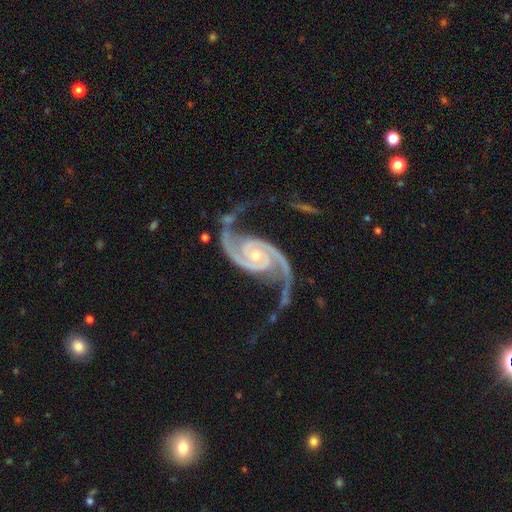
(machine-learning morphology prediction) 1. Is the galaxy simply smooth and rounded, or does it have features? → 94% featured or disk, 4% star or artifact, 2% smooth.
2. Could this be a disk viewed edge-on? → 98% no, 2% yes.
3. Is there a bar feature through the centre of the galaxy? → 65% no, 23% weak, 12% strong.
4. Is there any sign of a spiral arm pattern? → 99% yes, 1% no.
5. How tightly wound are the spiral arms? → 54% medium, 24% tight, 21% loose.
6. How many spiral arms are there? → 94% 2, 2% 3, 1% can't tell, 1% 1, 1% 4, 1% more than 4.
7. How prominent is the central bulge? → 68% small, 28% moderate, 1% none, 1% large, 1% dominant.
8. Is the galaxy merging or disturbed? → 62% none, 19% minor disturbance, 14% major disturbance, 4% merger.